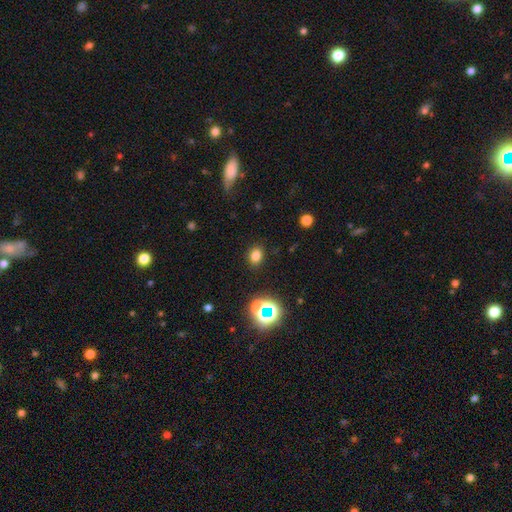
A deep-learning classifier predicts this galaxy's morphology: Overall: smooth (76%). How rounded: in between (51%; round 48%). Merging: none (87%).